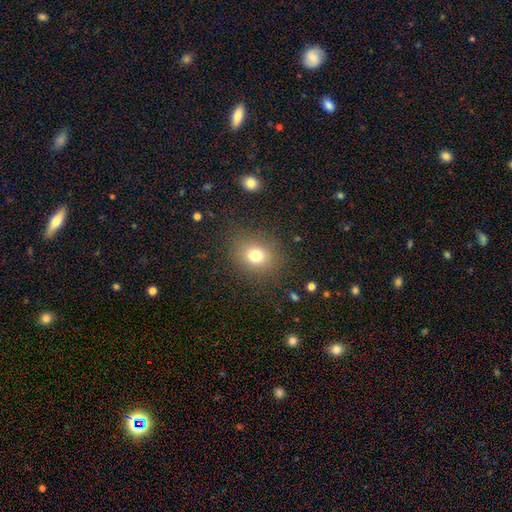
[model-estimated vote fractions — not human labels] Smooth or featured?
  - smooth: 77% *
  - star or artifact: 14%
  - featured or disk: 10%
How rounded?
  - round: 68% *
  - in between: 31%
  - cigar-shaped: 1%
Merging?
  - none: 84% *
  - minor disturbance: 9%
  - major disturbance: 5%
  - merger: 1%